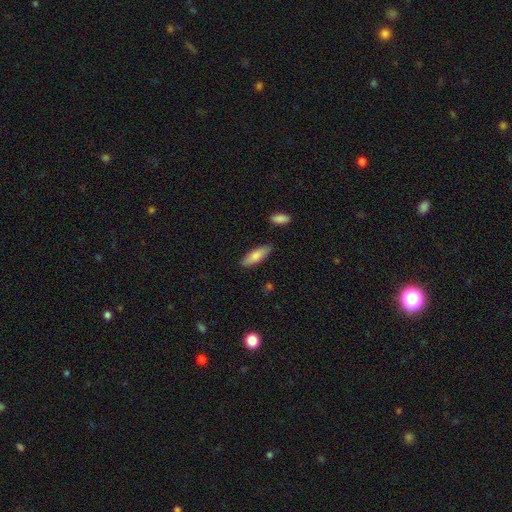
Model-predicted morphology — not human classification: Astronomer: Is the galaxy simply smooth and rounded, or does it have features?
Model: smooth — 81%.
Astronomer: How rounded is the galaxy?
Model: in between — 55% (runner-up: cigar-shaped, 43%).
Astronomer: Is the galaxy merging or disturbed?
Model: none — 83%.